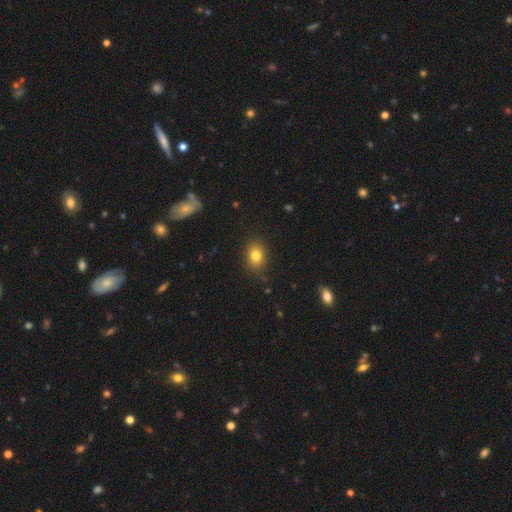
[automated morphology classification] Smooth or featured? Predicted: smooth (p=0.81). How rounded? Predicted: in between (p=0.57). Merging? Predicted: none (p=0.82).